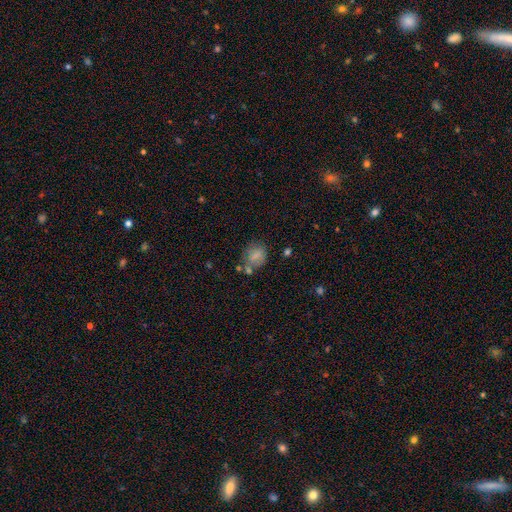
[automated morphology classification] smooth 73%, featured or disk 16%, star or artifact 10%. Down the decision tree: how rounded — round (54%); merging — none (54%).